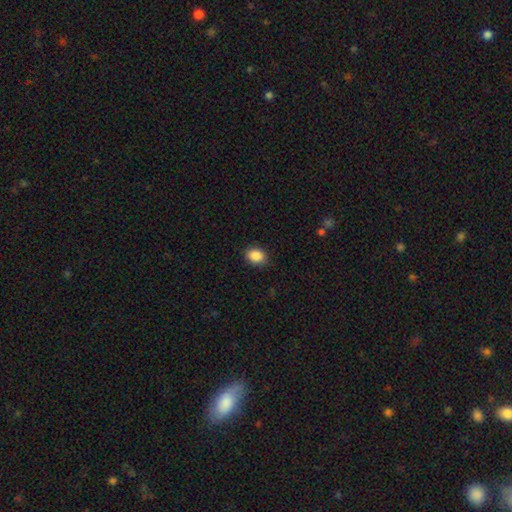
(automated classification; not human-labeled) smooth 89%, star or artifact 8%, featured or disk 3%. Down the decision tree: how rounded — in between (68%); merging — none (88%).